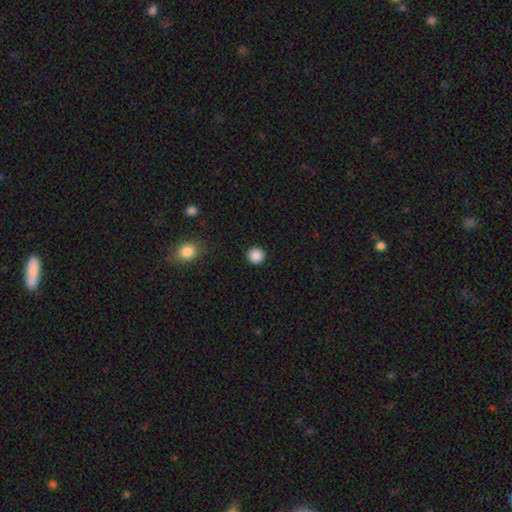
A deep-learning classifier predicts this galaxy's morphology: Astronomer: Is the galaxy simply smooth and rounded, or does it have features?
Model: smooth — 88%.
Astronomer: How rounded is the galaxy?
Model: round — 95%.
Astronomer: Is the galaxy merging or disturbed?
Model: none — 92%.